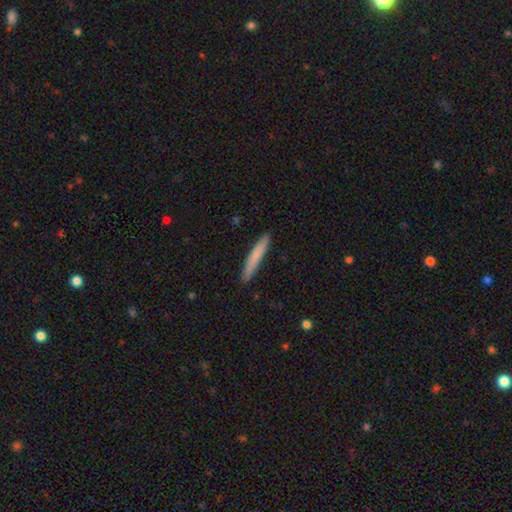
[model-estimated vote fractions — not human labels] This is likely a smooth galaxy (76%). How rounded: clearly cigar-shaped (96%). Merging: clearly none (89%).